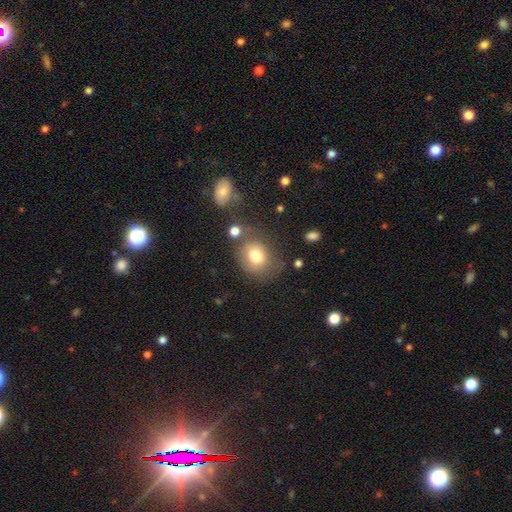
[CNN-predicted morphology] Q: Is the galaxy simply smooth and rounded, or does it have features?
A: smooth — 74%.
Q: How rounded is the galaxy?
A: round — 65%.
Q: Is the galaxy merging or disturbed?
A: none — 59%.